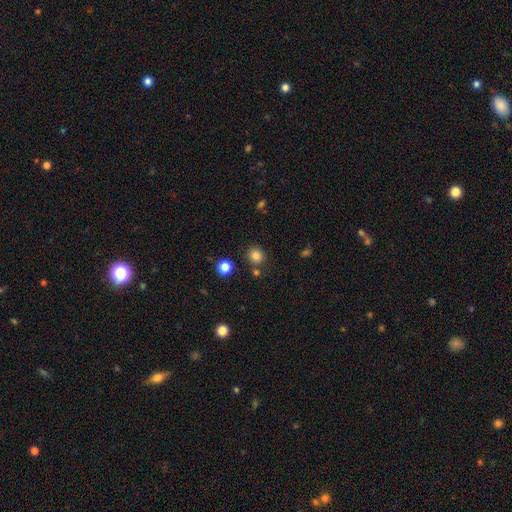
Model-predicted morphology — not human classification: Smooth or featured? smooth (82%)
How rounded? round (86%)
Merging? none (81%)